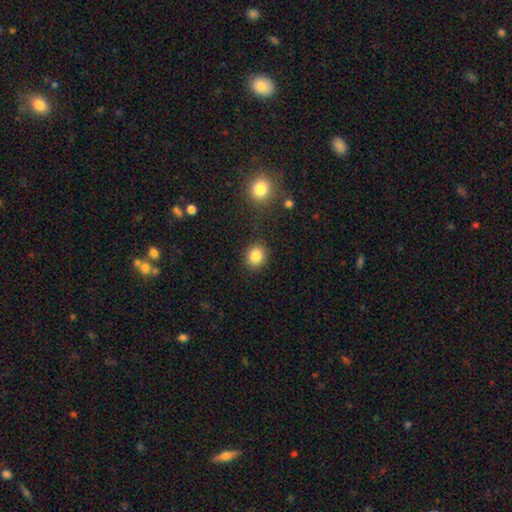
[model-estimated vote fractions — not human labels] smooth-or-featured: smooth: 85% | star or artifact: 10% | featured or disk: 5%
  how-rounded: round: 69% | in between: 30% | cigar-shaped: 1%
  merging: none: 87% | minor disturbance: 8% | major disturbance: 3% | merger: 2%